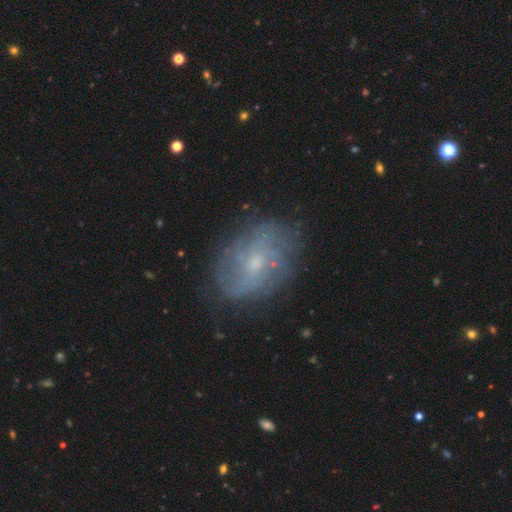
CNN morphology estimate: This appears to be a featured or disk galaxy (62%) with no bar (58%), spiral arms (73%) and a small central bulge (63%). Merging: none (75%).